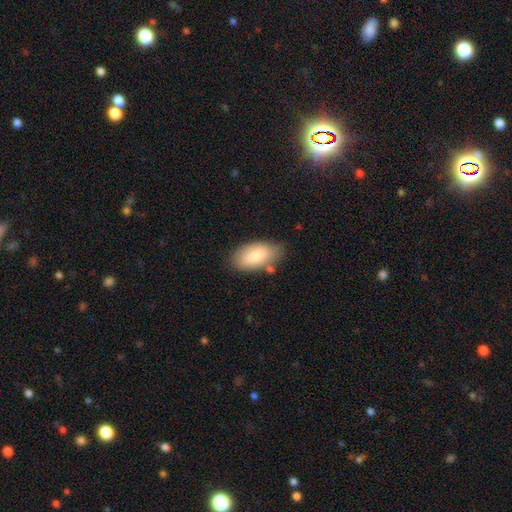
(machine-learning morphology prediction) Overall: smooth (78%). How rounded: in between (94%). Merging: none (73%).